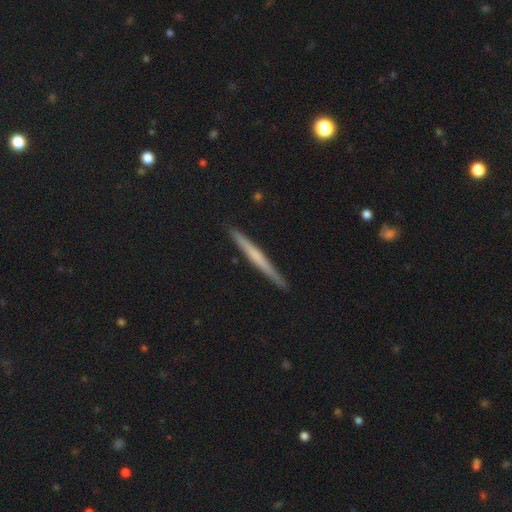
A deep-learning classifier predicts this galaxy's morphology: Smooth or featured: featured or disk — 52% (smooth — 42%)
Edge-on disk: yes — 97% (no — 3%)
Edge-on bulge: none — 73% (rounded — 20%)
Merging: none — 91% (minor disturbance — 7%)